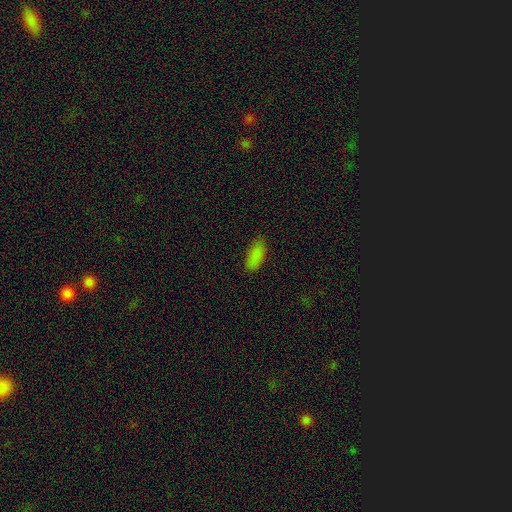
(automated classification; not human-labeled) smooth 86%, star or artifact 9%, featured or disk 5%. Down the decision tree: how rounded — in between (89%); merging — none (83%).